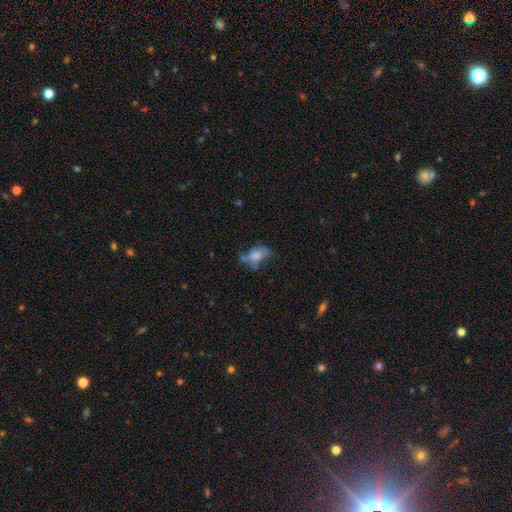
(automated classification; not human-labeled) Smooth or featured? Predicted: smooth (p=0.61). How rounded? Predicted: in between (p=0.84). Merging? Predicted: none (p=0.37).